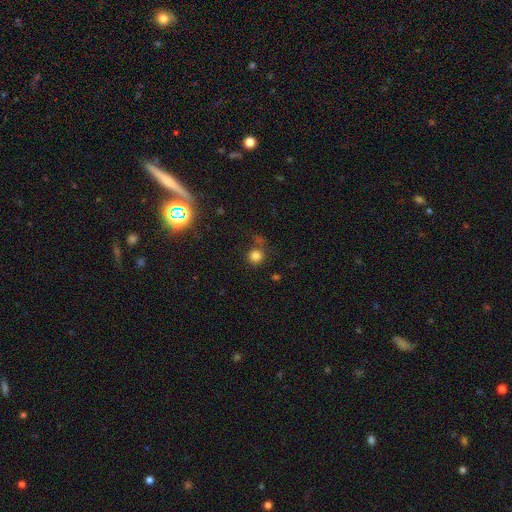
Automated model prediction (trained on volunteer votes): Smooth or featured: smooth — 78% (star or artifact — 15%)
How rounded: round — 92% (in between — 7%)
Merging: none — 69% (minor disturbance — 13%)